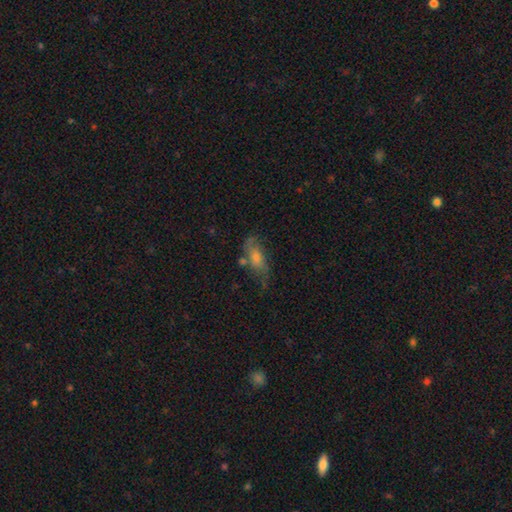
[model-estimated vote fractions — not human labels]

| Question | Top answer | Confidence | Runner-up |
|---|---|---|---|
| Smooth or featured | featured or disk | 50% | smooth (37%) |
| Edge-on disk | no | 82% | yes (18%) |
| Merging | none | 51% | minor disturbance (24%) |